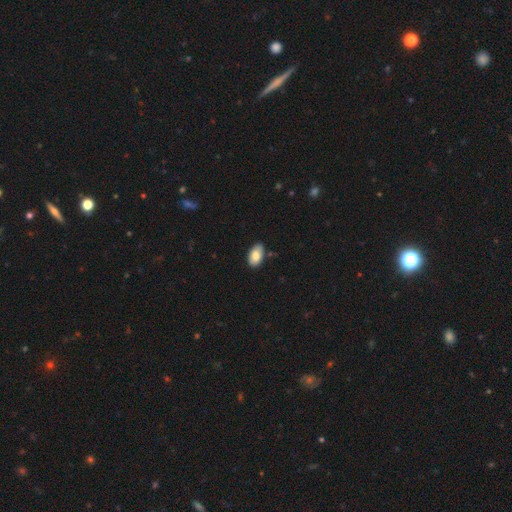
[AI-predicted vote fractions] Smooth or featured? Predicted: smooth (p=0.84). How rounded? Predicted: in between (p=0.94). Merging? Predicted: none (p=0.81).